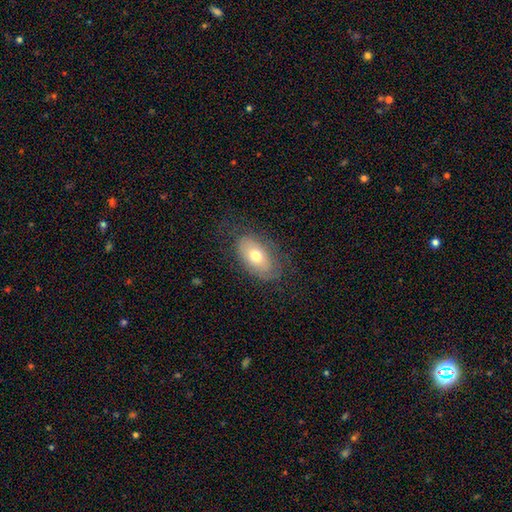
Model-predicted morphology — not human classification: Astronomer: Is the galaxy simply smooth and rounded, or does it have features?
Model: smooth — 63%.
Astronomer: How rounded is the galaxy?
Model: in between — 92%.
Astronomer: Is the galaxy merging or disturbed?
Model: none — 69%.